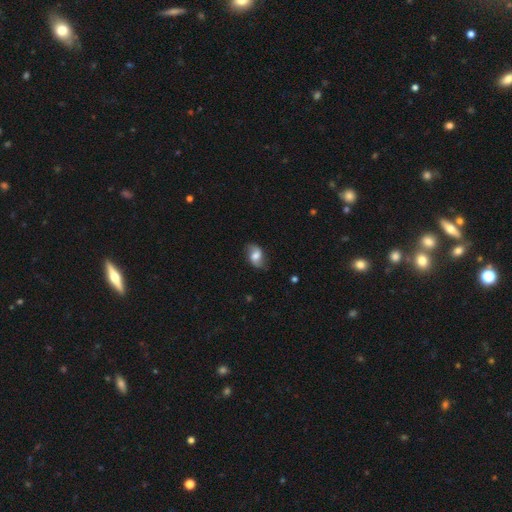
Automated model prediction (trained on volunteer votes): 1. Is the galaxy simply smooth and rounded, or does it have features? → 50% featured or disk, 41% smooth, 9% star or artifact.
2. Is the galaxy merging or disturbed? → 77% none, 17% minor disturbance, 5% major disturbance, 1% merger.